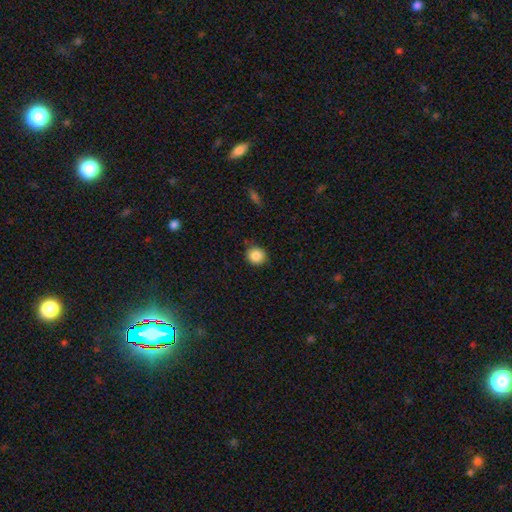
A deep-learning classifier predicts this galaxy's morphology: Smooth or featured?
  - smooth: 86% *
  - star or artifact: 9%
  - featured or disk: 4%
How rounded?
  - round: 88% *
  - in between: 11%
  - cigar-shaped: 1%
Merging?
  - none: 84% *
  - minor disturbance: 11%
  - major disturbance: 2%
  - merger: 2%